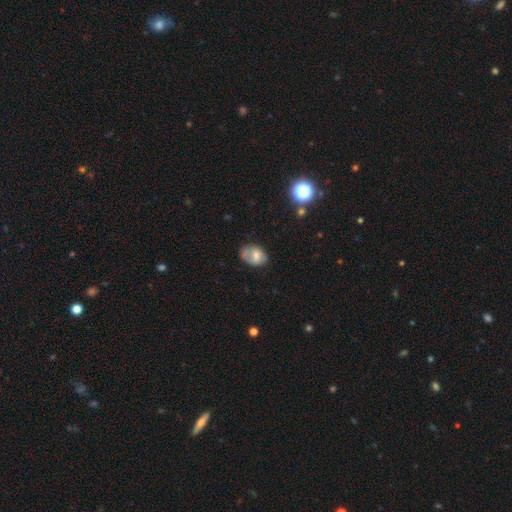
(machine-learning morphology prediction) A smooth galaxy with no disk features (59%) that is in between round and cigar-shaped (73%).

Vote fractions:
- Smooth or featured? smooth: 59% / featured or disk: 32% / star or artifact: 10%
- How rounded? in between: 73% / round: 25% / cigar-shaped: 1%
- Merging? none: 47% / minor disturbance: 31% / major disturbance: 13% / merger: 8%